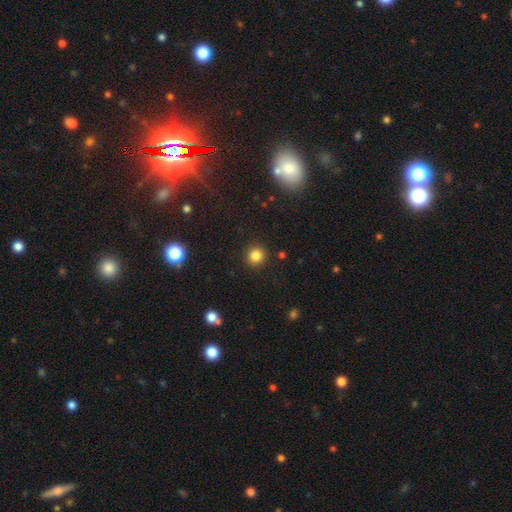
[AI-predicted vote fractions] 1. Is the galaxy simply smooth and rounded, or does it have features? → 84% smooth, 12% star or artifact, 4% featured or disk.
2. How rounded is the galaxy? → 92% round, 7% in between, 1% cigar-shaped.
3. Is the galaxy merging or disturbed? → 91% none, 5% minor disturbance, 2% major disturbance, 1% merger.